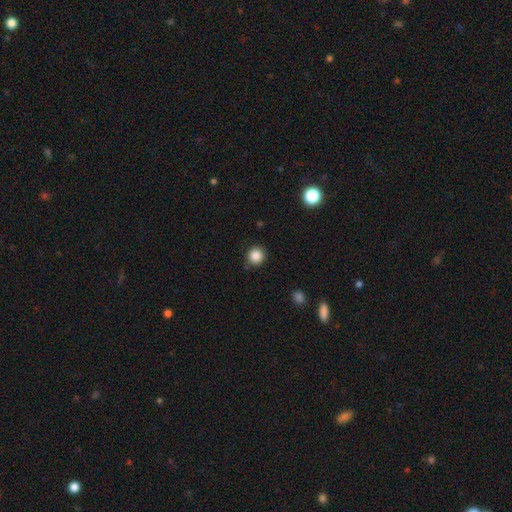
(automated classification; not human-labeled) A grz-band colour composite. It shows a smooth galaxy with no disk features (86%) that is round (92%). Merging: none (88%).